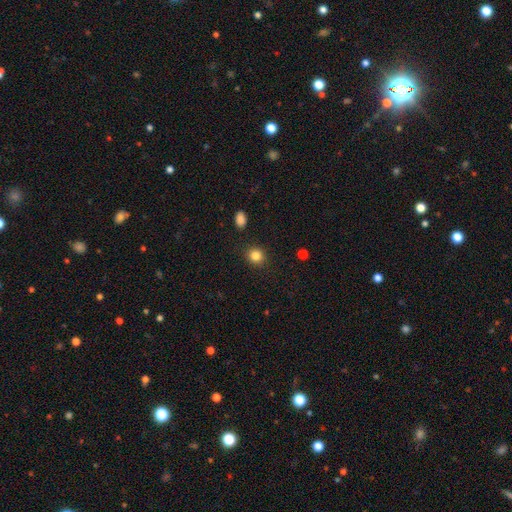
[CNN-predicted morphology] smooth_or_featured: smooth (p=0.84) [alt: star or artifact p=0.11]
how_rounded: round (p=0.85) [alt: in between p=0.14]
merging: none (p=0.90) [alt: minor disturbance p=0.06]